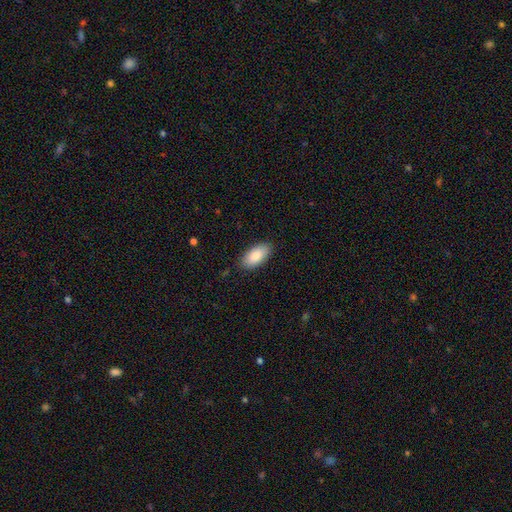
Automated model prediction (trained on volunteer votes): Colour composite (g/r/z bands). It shows a smooth galaxy with no disk features (87%) that is in between round and cigar-shaped (93%). Merging: none (86%).